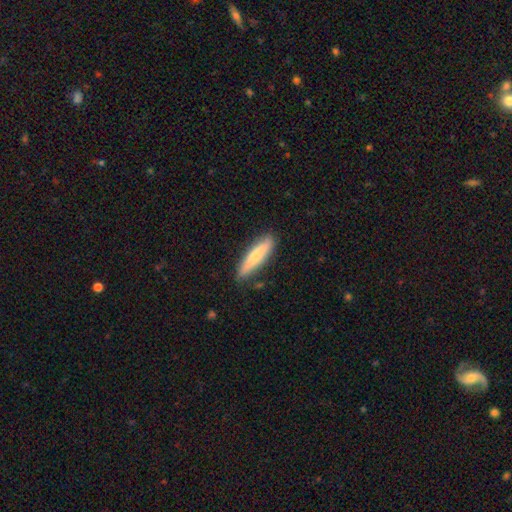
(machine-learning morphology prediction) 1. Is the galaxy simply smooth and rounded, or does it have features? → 69% smooth, 26% featured or disk, 6% star or artifact.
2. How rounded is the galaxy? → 82% cigar-shaped, 16% in between, 1% round.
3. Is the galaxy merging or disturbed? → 84% none, 12% minor disturbance, 2% major disturbance, 2% merger.